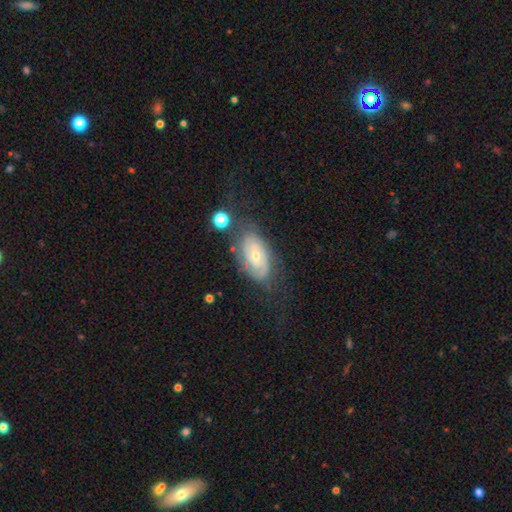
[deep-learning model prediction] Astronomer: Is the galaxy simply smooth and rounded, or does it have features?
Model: featured or disk — 69%.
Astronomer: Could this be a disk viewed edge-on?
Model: no — 93%.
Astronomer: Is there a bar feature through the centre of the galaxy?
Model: no — 77%.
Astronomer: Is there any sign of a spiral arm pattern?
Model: yes — 80%.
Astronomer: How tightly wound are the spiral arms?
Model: tight — 66%.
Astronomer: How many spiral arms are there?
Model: can't tell — 45% (runner-up: 2, 38%).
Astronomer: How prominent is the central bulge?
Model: small — 56% (runner-up: moderate, 40%).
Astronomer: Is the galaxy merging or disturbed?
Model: none — 60%.